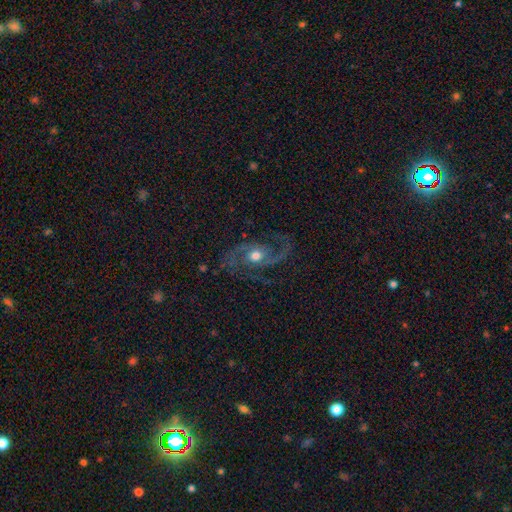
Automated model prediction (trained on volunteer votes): Smooth or featured? Predicted: featured or disk (p=0.88). Edge-on disk? Predicted: no (p=0.96). Bar? Predicted: no (p=0.70). Spiral arms? Predicted: yes (p=0.96). Spiral winding? Predicted: medium (p=0.54). Spiral arm count? Predicted: 2 (p=0.87). Bulge size? Predicted: moderate (p=0.74). Merging? Predicted: none (p=0.73).